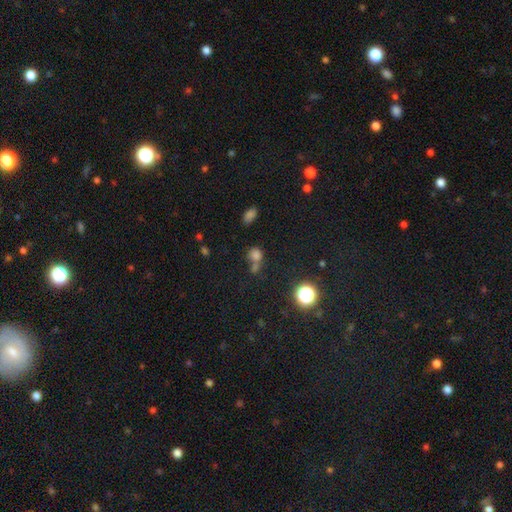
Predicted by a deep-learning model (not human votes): This appears to be a smooth galaxy with no disk features (70%) that is round (77%). Merging: none (46%).